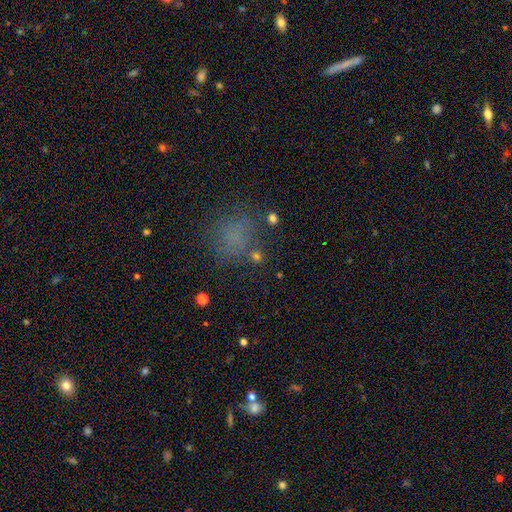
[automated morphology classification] This appears to be a smooth galaxy with no disk features (54%) that is round (69%). Merging: none (63%).